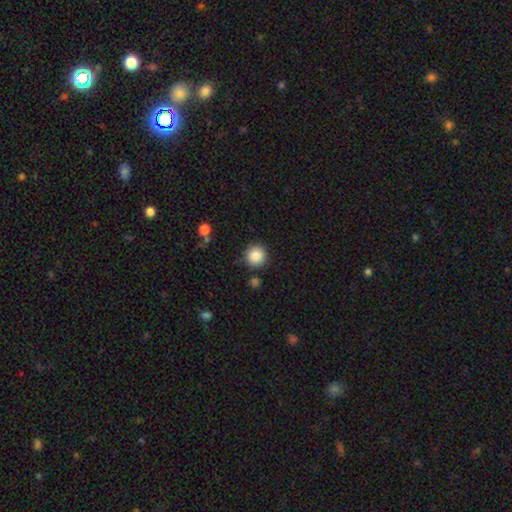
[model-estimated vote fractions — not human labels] The model was most divided on "smooth or featured": smooth: 85%, star or artifact: 9%, featured or disk: 6%. More confident: how rounded — round (94%); merging — none (87%).